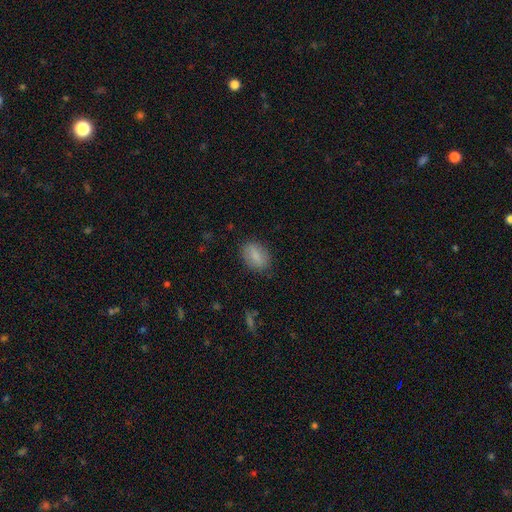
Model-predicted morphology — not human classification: Smooth or featured? smooth (81%)
How rounded? in between (80%)
Merging? none (81%)